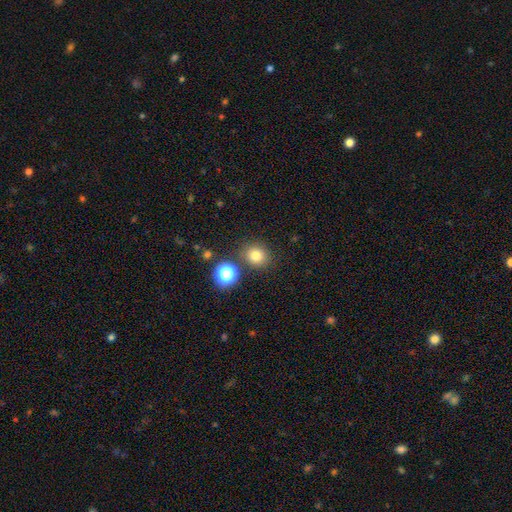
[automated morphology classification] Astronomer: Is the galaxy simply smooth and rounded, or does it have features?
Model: smooth — 78%.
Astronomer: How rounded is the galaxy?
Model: round — 84%.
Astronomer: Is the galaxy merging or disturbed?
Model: none — 83%.